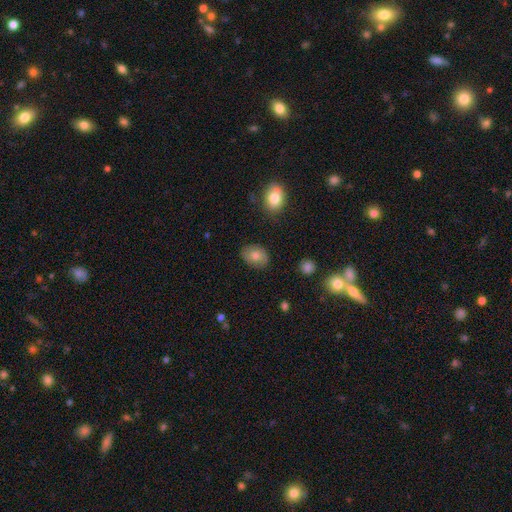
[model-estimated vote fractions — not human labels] The model was most divided on "how rounded": in between: 72%, round: 27%, cigar-shaped: 1%. More confident: merging — none (82%); smooth or featured — smooth (75%).